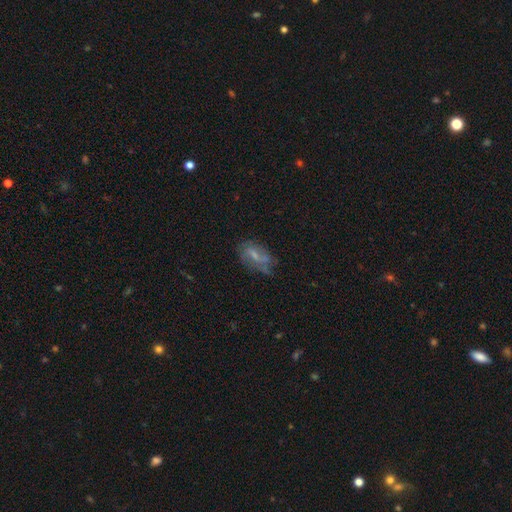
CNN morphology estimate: smooth_or_featured: featured or disk (p=0.52) [alt: smooth p=0.37]
disk_edge_on: no (p=0.93) [alt: yes p=0.07]
merging: none (p=0.49) [alt: minor disturbance p=0.29]